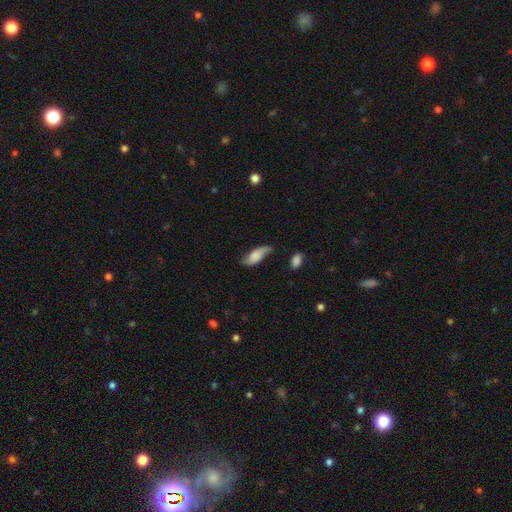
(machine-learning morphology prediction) Smooth or featured? Predicted: smooth (p=0.48). Merging? Predicted: none (p=0.56).